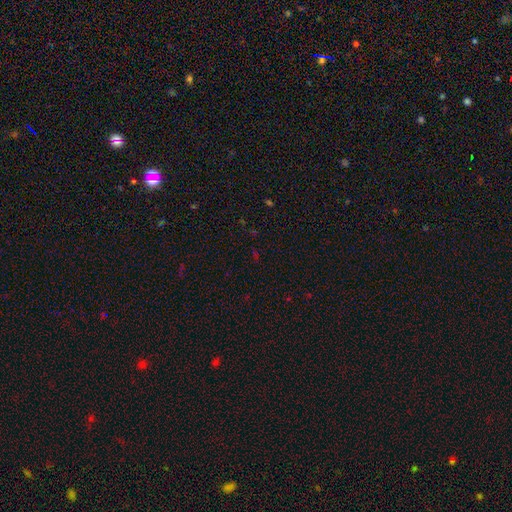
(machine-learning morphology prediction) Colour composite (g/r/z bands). It shows a star or artifact, not a galaxy (69%).